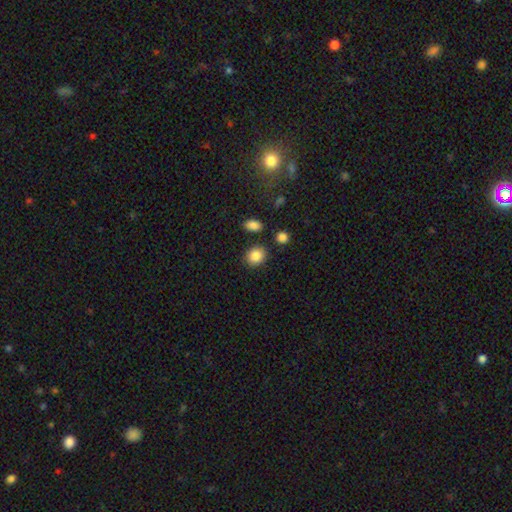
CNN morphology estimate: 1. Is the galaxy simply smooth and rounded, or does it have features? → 86% smooth, 9% star or artifact, 5% featured or disk.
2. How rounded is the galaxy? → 69% round, 30% in between, 1% cigar-shaped.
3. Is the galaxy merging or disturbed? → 82% none, 9% minor disturbance, 6% merger, 3% major disturbance.